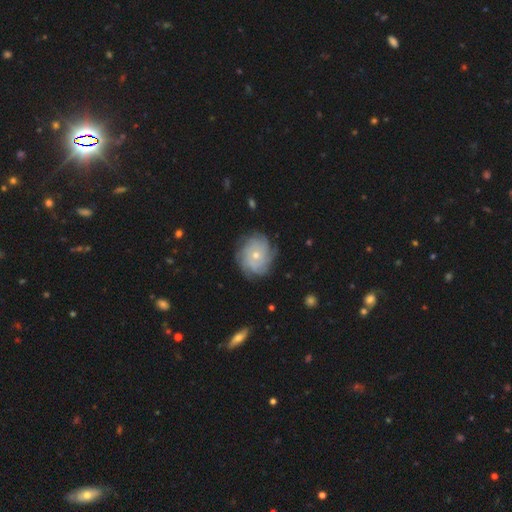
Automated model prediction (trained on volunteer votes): featured or disk 74%, smooth 18%, star or artifact 8%. Down the decision tree: edge-on disk — no (97%); bar — no (83%); spiral arms — yes (93%); spiral arm count — can't tell (39%); spiral winding — tight (69%); bulge size — small (61%); merging — none (77%).